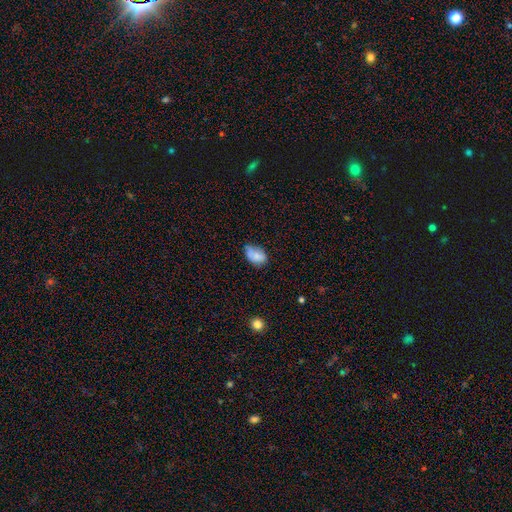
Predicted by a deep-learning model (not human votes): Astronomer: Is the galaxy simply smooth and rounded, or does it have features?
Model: smooth — 76%.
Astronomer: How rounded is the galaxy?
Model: in between — 88%.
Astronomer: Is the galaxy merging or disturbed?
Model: none — 44% (runner-up: minor disturbance, 39%).